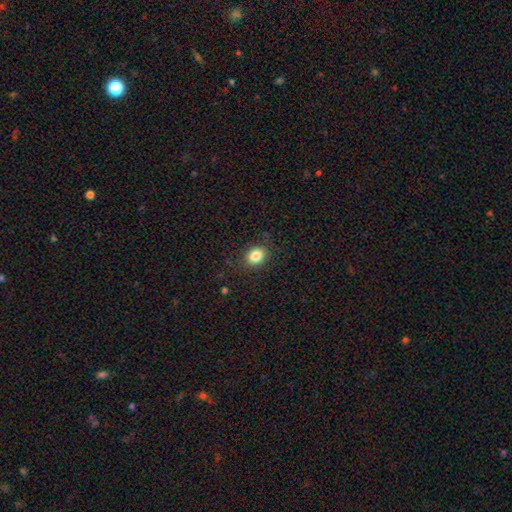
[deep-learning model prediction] Overall: smooth (84%). How rounded: round (50%; in between 49%). Merging: none (84%).